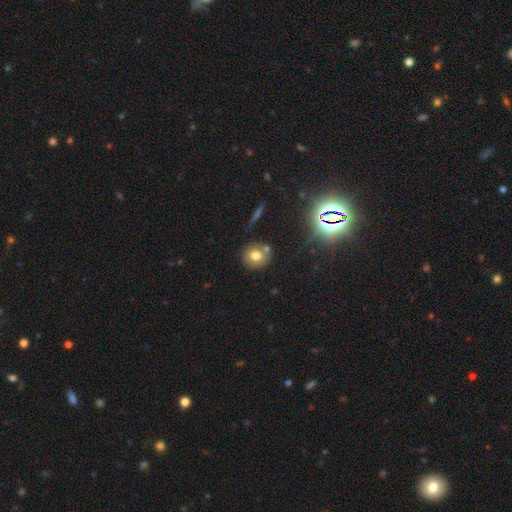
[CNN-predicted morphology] Overall: smooth (71%). How rounded: round (86%). Merging: none (73%).